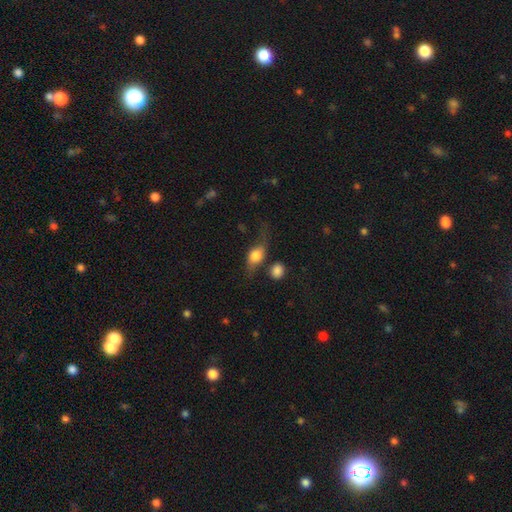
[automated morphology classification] smooth_or_featured: smooth (p=0.57) [alt: featured or disk p=0.35]
how_rounded: in between (p=0.64) [alt: round p=0.26]
merging: none (p=0.49) [alt: minor disturbance p=0.25]